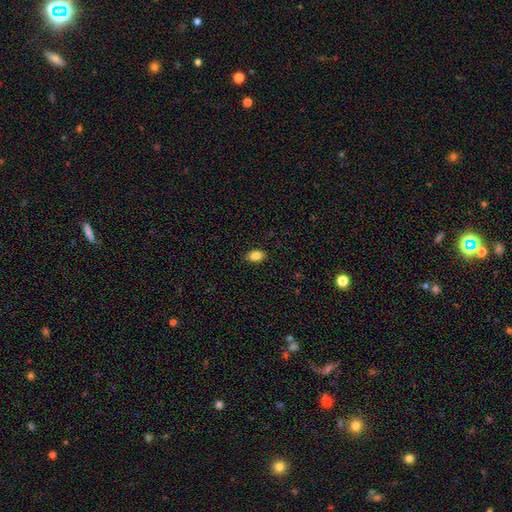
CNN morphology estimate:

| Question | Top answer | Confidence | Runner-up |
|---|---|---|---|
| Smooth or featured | smooth | 84% | star or artifact (9%) |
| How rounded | in between | 86% | round (11%) |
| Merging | none | 88% | minor disturbance (9%) |